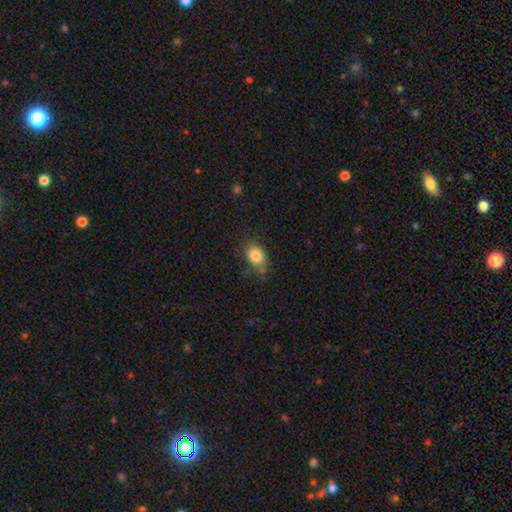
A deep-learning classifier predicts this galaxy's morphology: type=smooth (83%); roundness=in between (72%); merging=none (70%).